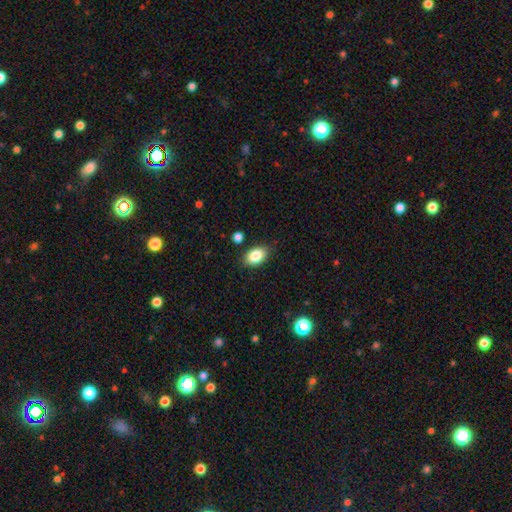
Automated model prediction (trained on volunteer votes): smooth 85%, star or artifact 8%, featured or disk 7%. Down the decision tree: how rounded — in between (86%); merging — none (85%).